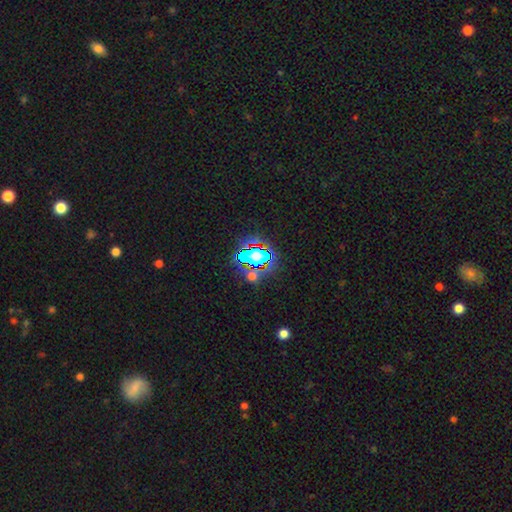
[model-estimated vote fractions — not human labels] This is possibly a star or artifact rather than a galaxy (55%).